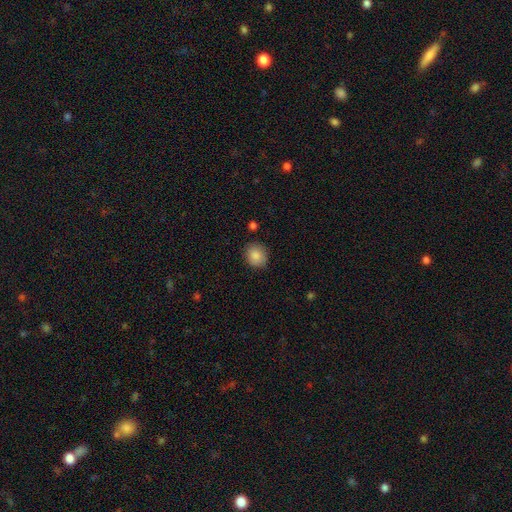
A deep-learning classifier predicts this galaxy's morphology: Smooth or featured? Predicted: smooth (p=0.87). How rounded? Predicted: round (p=0.78). Merging? Predicted: none (p=0.85).